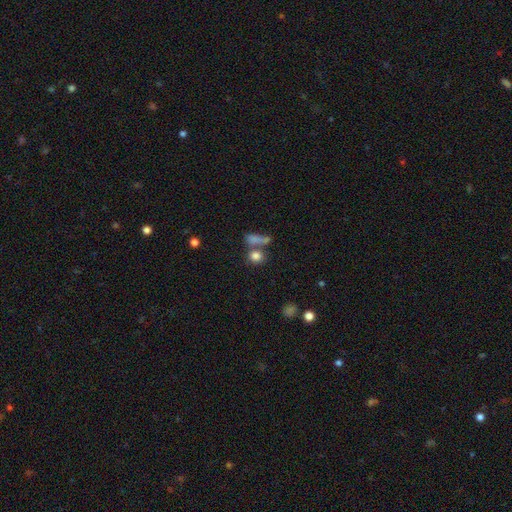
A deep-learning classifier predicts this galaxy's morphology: This is likely a smooth galaxy (80%). How rounded: likely round (67%). Merging: possibly none (54%).